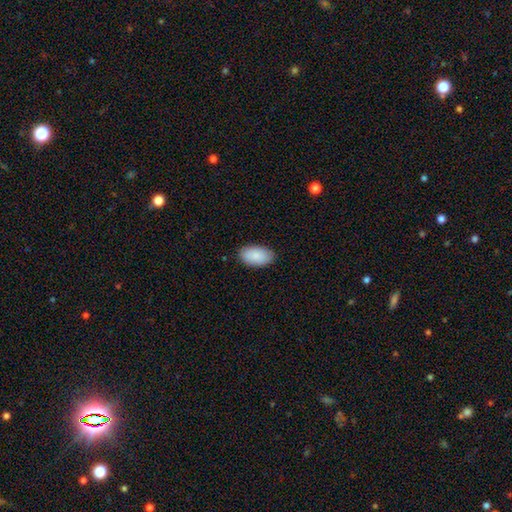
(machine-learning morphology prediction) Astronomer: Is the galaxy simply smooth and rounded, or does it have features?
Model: smooth — 90%.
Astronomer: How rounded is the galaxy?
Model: in between — 96%.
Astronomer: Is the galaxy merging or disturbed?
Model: none — 88%.